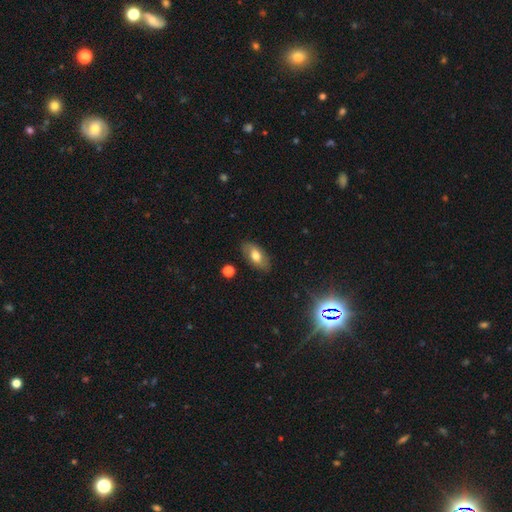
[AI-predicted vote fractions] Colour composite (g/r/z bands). It shows a smooth galaxy with no disk features (65%) that is in between round and cigar-shaped (91%). Merging: none (83%).